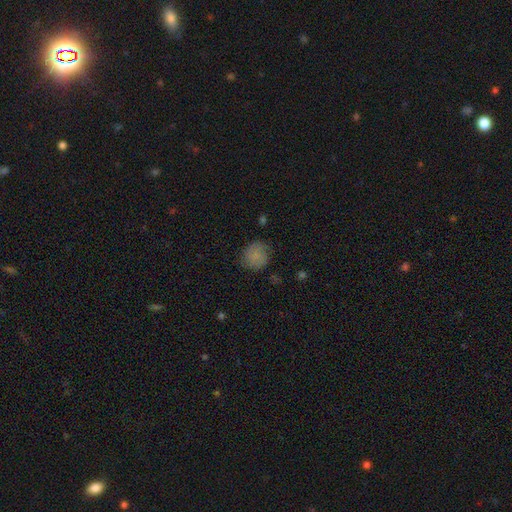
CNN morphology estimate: A smooth galaxy with no disk features (78%) that is round (85%). Merging: none (74%).